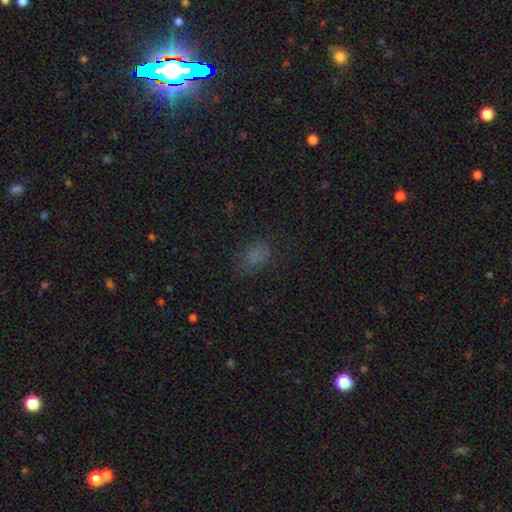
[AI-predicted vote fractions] This is likely a smooth galaxy (76%). How rounded: clearly in between (86%). Merging: likely none (66%).